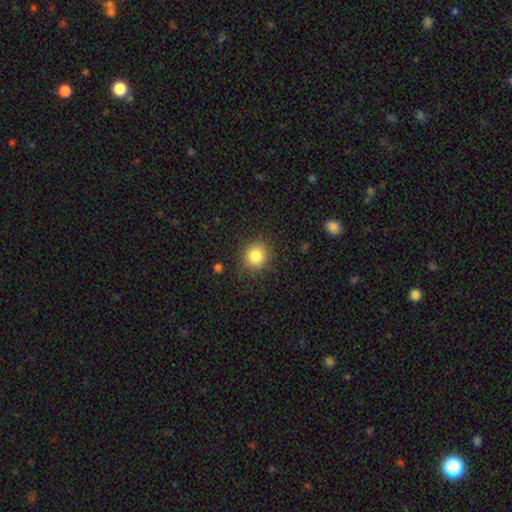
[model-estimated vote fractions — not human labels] A smooth galaxy with no disk features (84%) that is round (87%).

Vote fractions:
- Smooth or featured? smooth: 84% / star or artifact: 10% / featured or disk: 6%
- How rounded? round: 87% / in between: 12% / cigar-shaped: 1%
- Merging? none: 87% / minor disturbance: 9% / major disturbance: 3% / merger: 1%